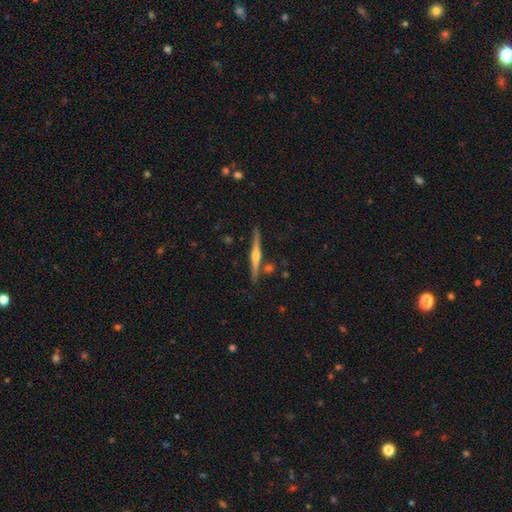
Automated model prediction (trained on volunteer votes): The model was most divided on "smooth or featured": featured or disk: 77%, smooth: 18%, star or artifact: 6%. More confident: edge-on disk — yes (98%); edge-on bulge — rounded (88%); merging — none (86%).